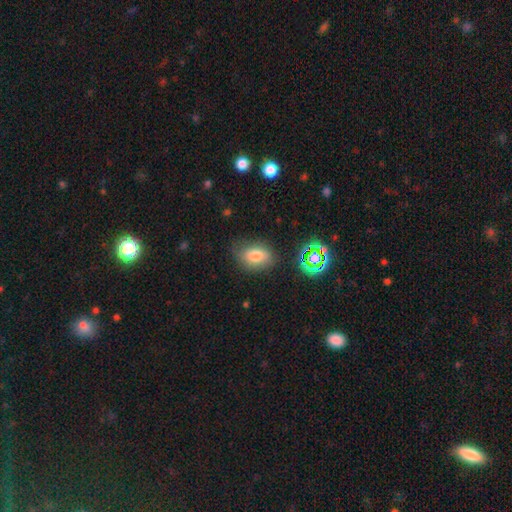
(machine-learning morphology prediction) Smooth or featured?
  - smooth: 75% *
  - star or artifact: 14%
  - featured or disk: 11%
How rounded?
  - in between: 75% *
  - round: 24%
  - cigar-shaped: 2%
Merging?
  - none: 73% *
  - minor disturbance: 20%
  - major disturbance: 5%
  - merger: 3%